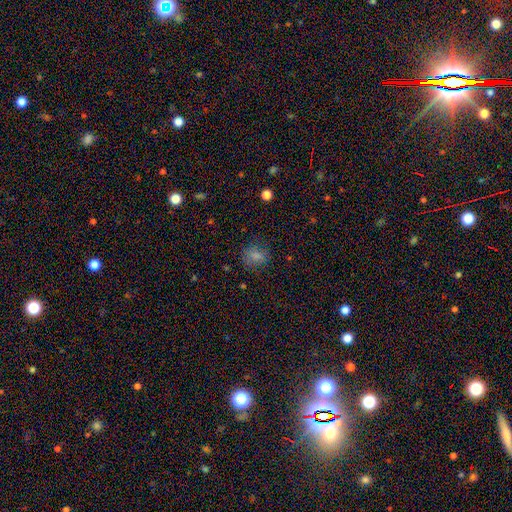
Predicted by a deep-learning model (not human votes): Q: Smooth or featured?
A: smooth (74%); runner-up: star or artifact (16%)
Q: How rounded?
A: round (51%); runner-up: in between (47%)
Q: Merging?
A: none (71%); runner-up: minor disturbance (18%)